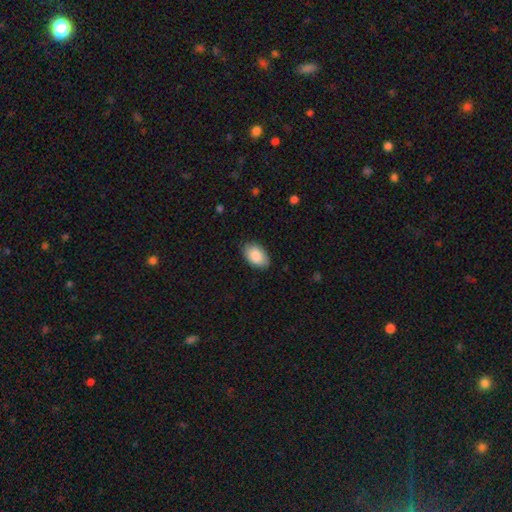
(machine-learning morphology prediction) Q: Smooth or featured?
A: smooth (86%); runner-up: featured or disk (8%)
Q: How rounded?
A: in between (91%); runner-up: round (8%)
Q: Merging?
A: none (83%); runner-up: minor disturbance (14%)